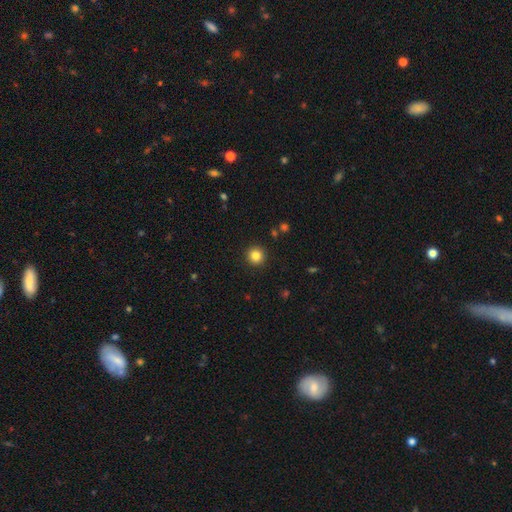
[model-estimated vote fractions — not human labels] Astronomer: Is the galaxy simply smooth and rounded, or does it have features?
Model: smooth — 83%.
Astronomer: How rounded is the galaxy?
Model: round — 95%.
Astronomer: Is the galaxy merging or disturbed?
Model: none — 92%.